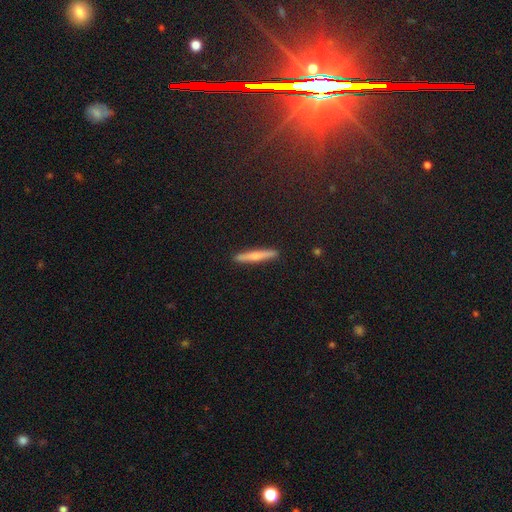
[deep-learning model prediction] smooth-or-featured: smooth: 56% | featured or disk: 37% | star or artifact: 7%
  how-rounded: cigar-shaped: 94% | in between: 4% | round: 2%
  merging: none: 91% | minor disturbance: 6% | major disturbance: 1% | merger: 1%